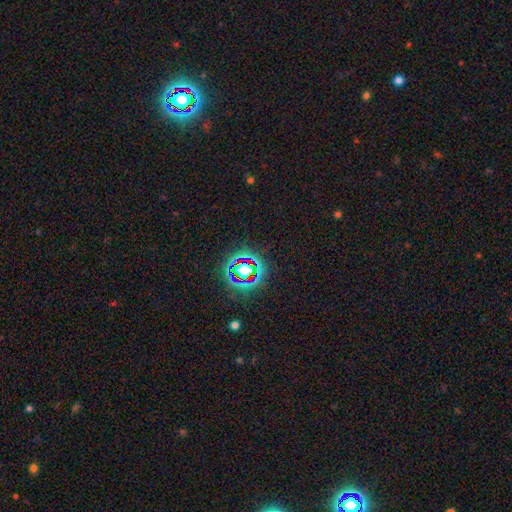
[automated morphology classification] Q: Smooth or featured?
A: star or artifact (80%); runner-up: smooth (12%)